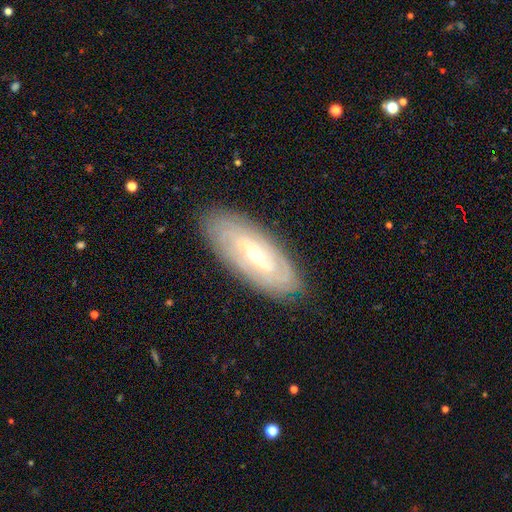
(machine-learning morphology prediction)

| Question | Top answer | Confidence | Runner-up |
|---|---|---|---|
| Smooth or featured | featured or disk | 77% | smooth (17%) |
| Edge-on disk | no | 86% | yes (14%) |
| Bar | weak | 45% | no (30%) |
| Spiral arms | yes | 83% | no (17%) |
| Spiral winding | tight | 72% | medium (21%) |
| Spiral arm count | can't tell | 55% | 2 (22%) |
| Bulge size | small | 52% | moderate (44%) |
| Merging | none | 86% | minor disturbance (11%) |